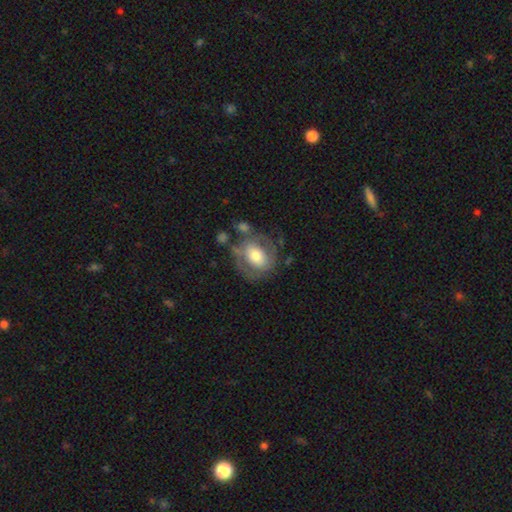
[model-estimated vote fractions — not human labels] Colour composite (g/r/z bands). It shows a featured or disk galaxy (47%). Merging: none (54%).